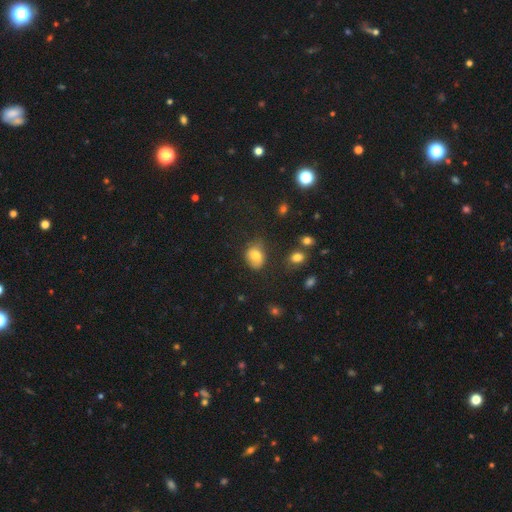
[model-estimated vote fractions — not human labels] A smooth galaxy with no disk features (76%) that is in between round and cigar-shaped (55%).

Vote fractions:
- Smooth or featured? smooth: 76% / featured or disk: 13% / star or artifact: 11%
- How rounded? in between: 55% / round: 44% / cigar-shaped: 1%
- Merging? none: 59% / minor disturbance: 28% / major disturbance: 10% / merger: 3%